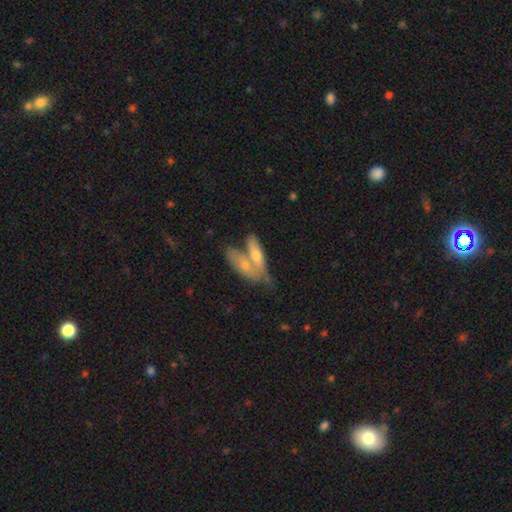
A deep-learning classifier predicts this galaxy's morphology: Q: Smooth or featured?
A: smooth (55%); runner-up: featured or disk (38%)
Q: How rounded?
A: in between (56%); runner-up: cigar-shaped (40%)
Q: Merging?
A: merger (53%); runner-up: none (31%)